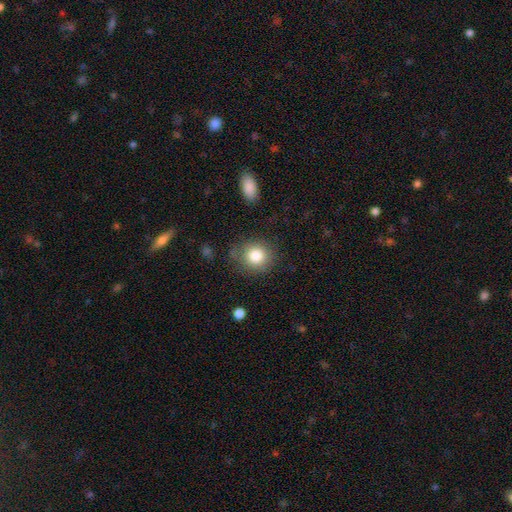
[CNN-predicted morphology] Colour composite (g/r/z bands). It shows a smooth galaxy with no disk features (83%) that is round (81%). Merging: none (75%).